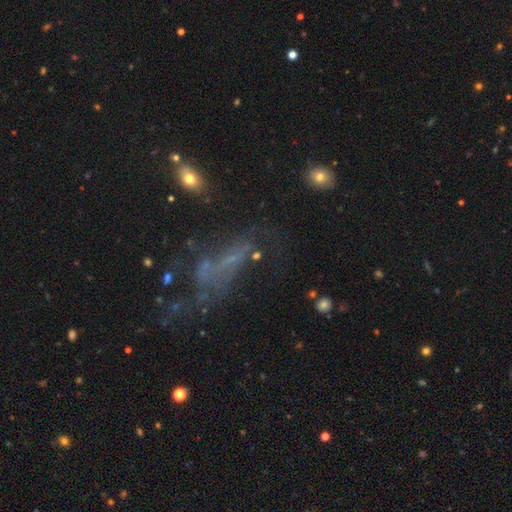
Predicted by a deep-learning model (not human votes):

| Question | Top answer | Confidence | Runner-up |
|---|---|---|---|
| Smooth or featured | featured or disk | 42% | smooth (32%) |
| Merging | none | 41% | major disturbance (31%) |